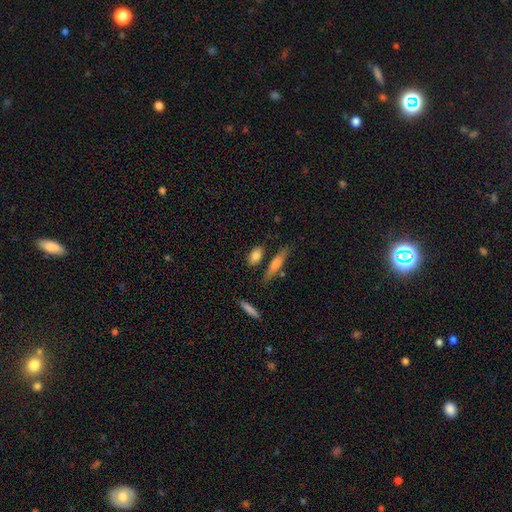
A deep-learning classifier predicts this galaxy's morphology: This is likely a smooth galaxy (80%). How rounded: likely in between (73%). Merging: likely none (75%).